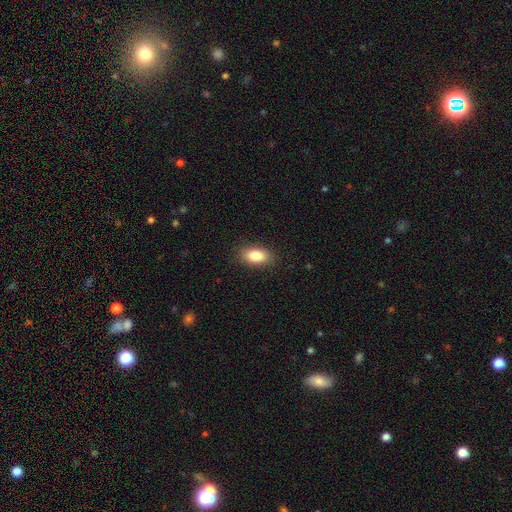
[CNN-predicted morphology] Smooth or featured: smooth — 84% (featured or disk — 8%)
How rounded: in between — 90% (round — 6%)
Merging: none — 87% (minor disturbance — 9%)